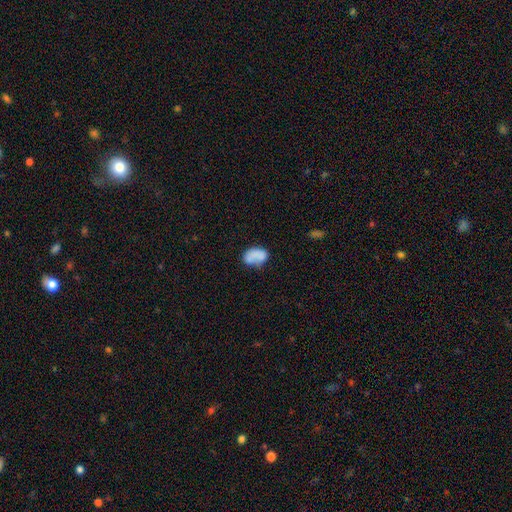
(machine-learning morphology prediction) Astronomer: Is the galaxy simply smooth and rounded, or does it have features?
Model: smooth — 74%.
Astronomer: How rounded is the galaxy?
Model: in between — 85%.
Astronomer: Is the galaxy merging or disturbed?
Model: none — 43% (runner-up: minor disturbance, 26%).